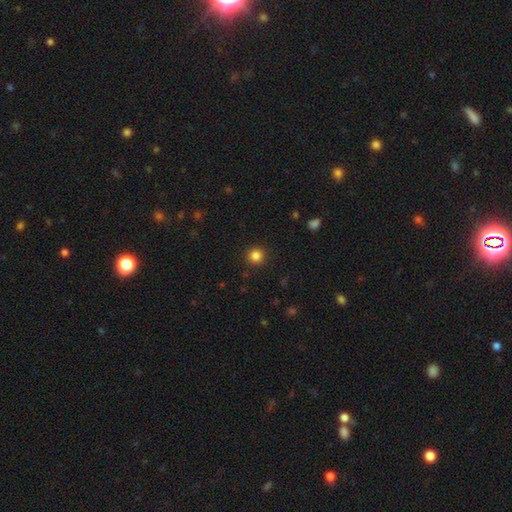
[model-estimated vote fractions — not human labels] Q: Smooth or featured?
A: smooth (84%); runner-up: star or artifact (12%)
Q: How rounded?
A: round (94%); runner-up: in between (5%)
Q: Merging?
A: none (92%); runner-up: minor disturbance (5%)